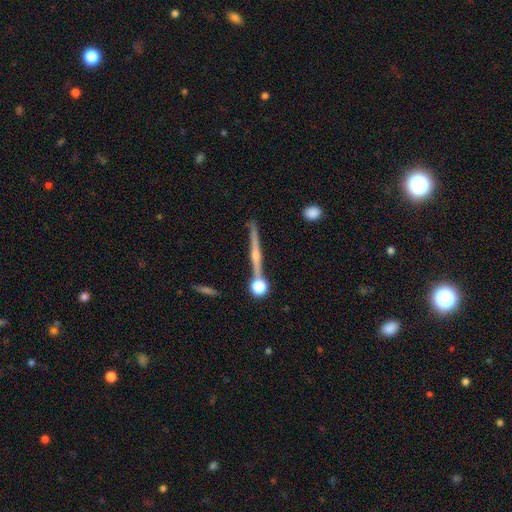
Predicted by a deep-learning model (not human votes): The model was most divided on "smooth or featured": featured or disk: 63%, smooth: 23%, star or artifact: 14%. More confident: edge-on disk — yes (94%); merging — none (74%); edge-on bulge — rounded (72%).